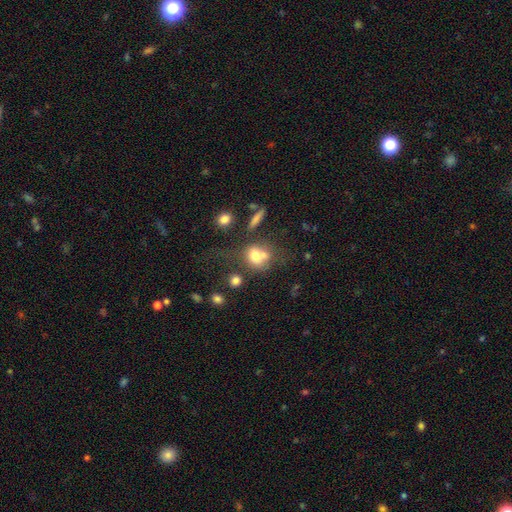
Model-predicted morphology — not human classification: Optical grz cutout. It shows a smooth galaxy with no disk features (69%) that is round (53%). Merging: merger (41%).